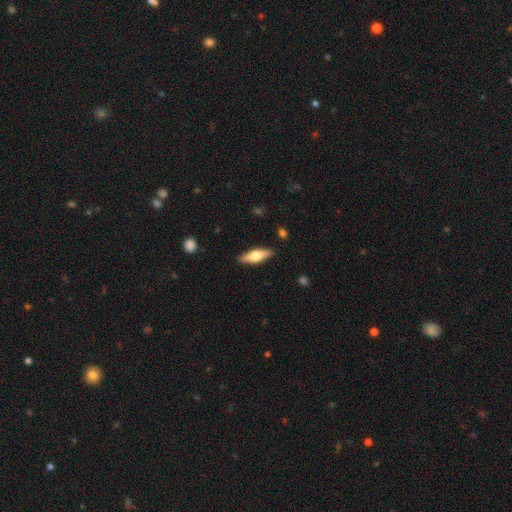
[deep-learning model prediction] smooth_or_featured: smooth (p=0.51) [alt: featured or disk p=0.43]
how_rounded: cigar-shaped (p=0.51) [alt: in between p=0.47]
merging: none (p=0.88) [alt: minor disturbance p=0.09]